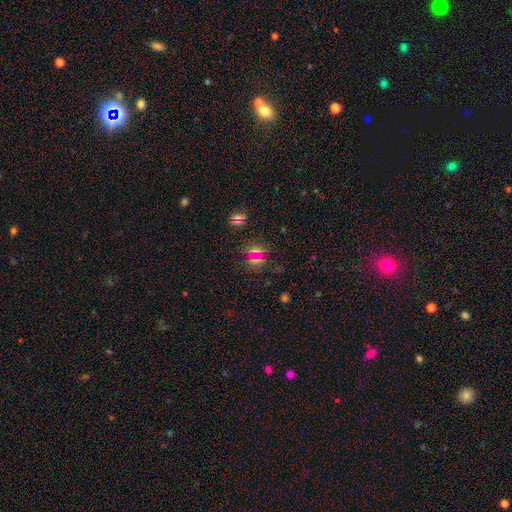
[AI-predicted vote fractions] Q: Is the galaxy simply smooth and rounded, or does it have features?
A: star or artifact — 48%.